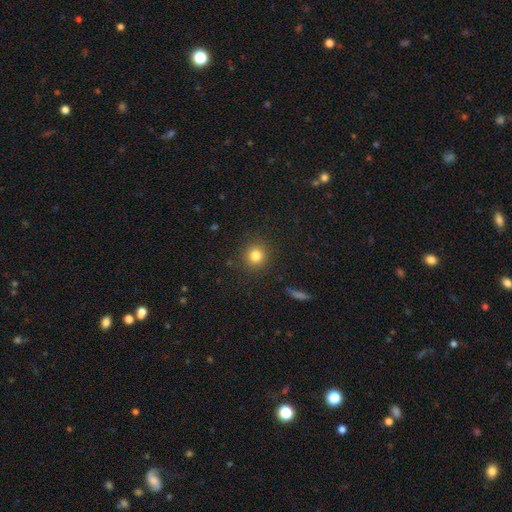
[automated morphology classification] Overall: smooth (82%). How rounded: round (92%). Merging: none (90%).